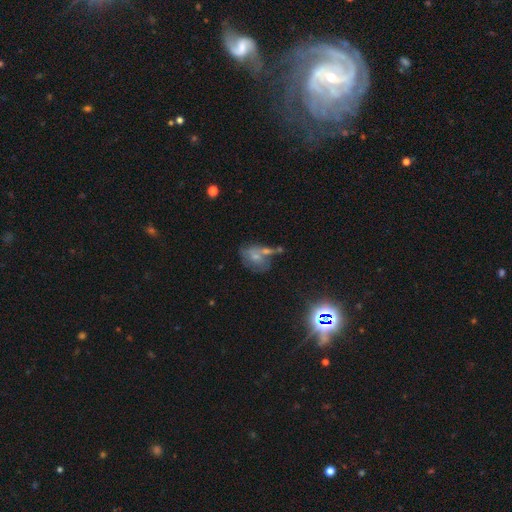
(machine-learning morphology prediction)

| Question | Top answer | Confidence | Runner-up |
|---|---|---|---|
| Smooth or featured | featured or disk | 45% | smooth (42%) |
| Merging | merger | 35% | none (33%) |